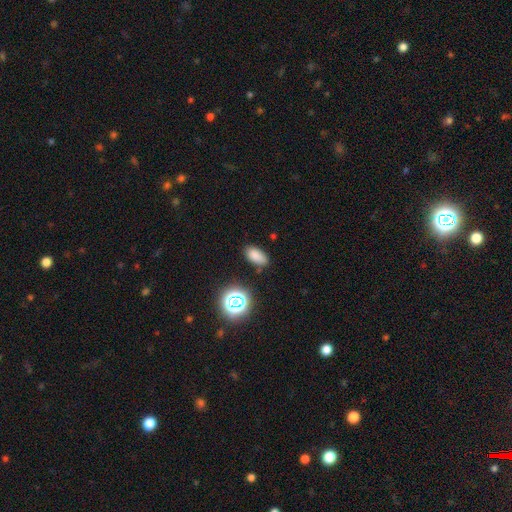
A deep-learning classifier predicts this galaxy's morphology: smooth_or_featured: smooth (p=0.79) [alt: star or artifact p=0.16]
how_rounded: in between (p=0.90) [alt: round p=0.06]
merging: none (p=0.80) [alt: minor disturbance p=0.14]